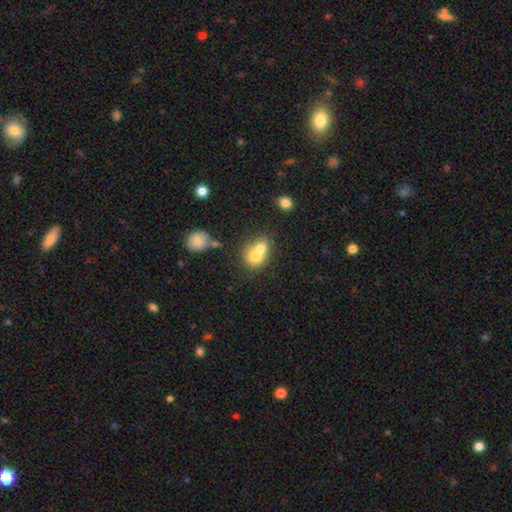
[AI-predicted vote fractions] A smooth galaxy with no disk features (68%) that is round (64%).

Vote fractions:
- Smooth or featured? smooth: 68% / featured or disk: 22% / star or artifact: 10%
- How rounded? round: 64% / in between: 35% / cigar-shaped: 1%
- Merging? merger: 68% / none: 23% / minor disturbance: 6% / major disturbance: 3%